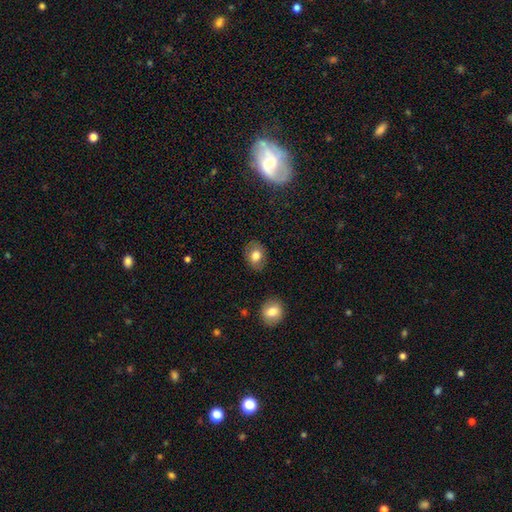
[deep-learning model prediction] Smooth or featured: smooth — 75% (featured or disk — 16%)
How rounded: in between — 56% (round — 43%)
Merging: none — 84% (minor disturbance — 11%)